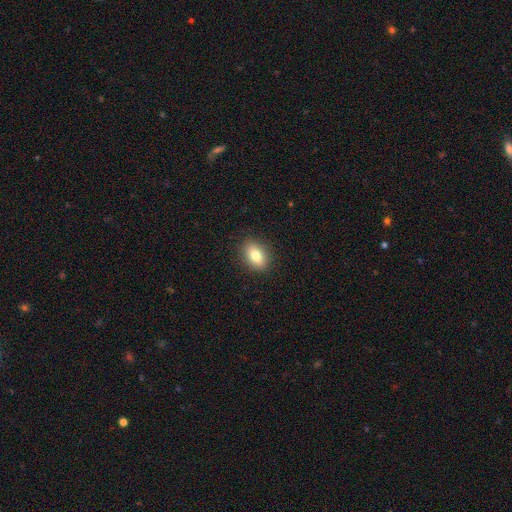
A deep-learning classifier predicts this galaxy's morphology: The model was most divided on "how rounded": in between: 79%, round: 18%, cigar-shaped: 2%. More confident: merging — none (89%); smooth or featured — smooth (79%).